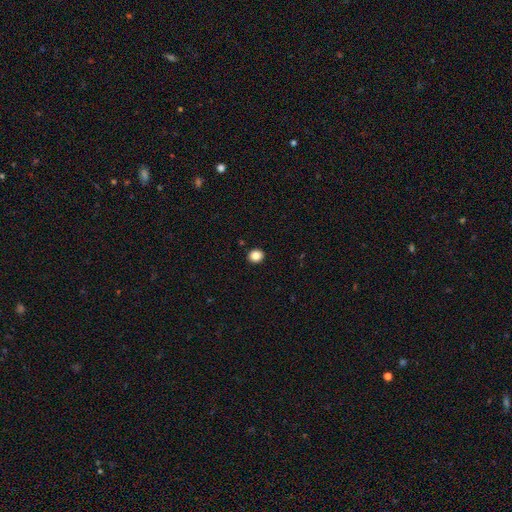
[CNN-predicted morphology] smooth-or-featured: smooth: 86% | star or artifact: 10% | featured or disk: 4%
  how-rounded: round: 82% | in between: 17% | cigar-shaped: 1%
  merging: none: 93% | minor disturbance: 5% | major disturbance: 2% | merger: 1%